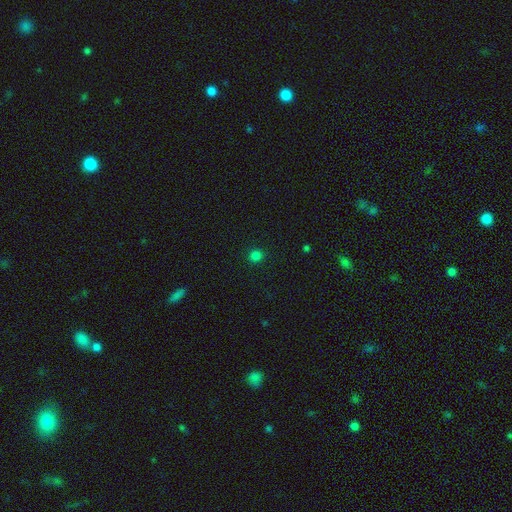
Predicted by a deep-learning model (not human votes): Morphology: type=smooth (81%); roundness=round (91%); merging=none (92%).